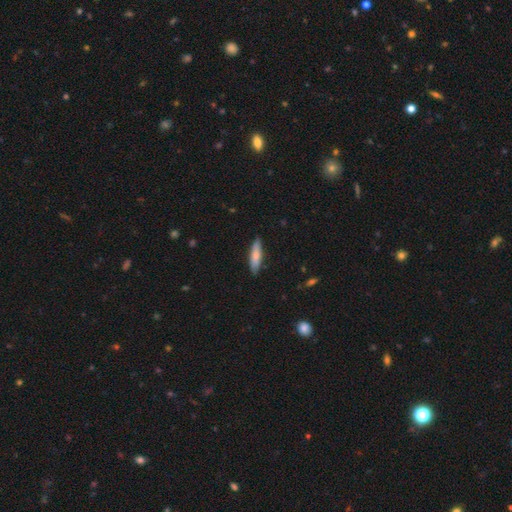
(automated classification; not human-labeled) smooth_or_featured: smooth (p=0.71) [alt: featured or disk p=0.24]
how_rounded: cigar-shaped (p=0.72) [alt: in between p=0.26]
merging: none (p=0.87) [alt: minor disturbance p=0.11]